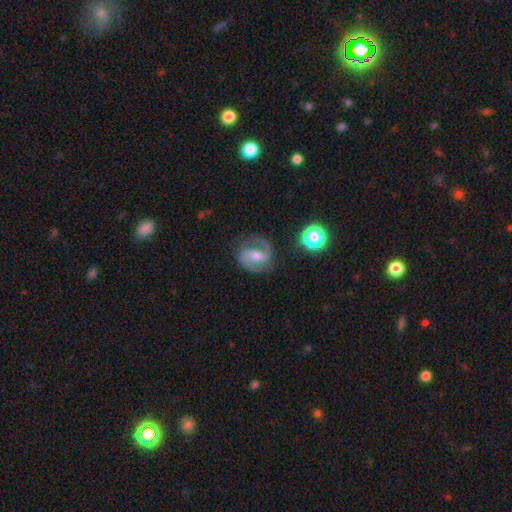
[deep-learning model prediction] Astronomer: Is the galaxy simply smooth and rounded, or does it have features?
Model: featured or disk — 81%.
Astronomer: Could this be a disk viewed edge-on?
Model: no — 97%.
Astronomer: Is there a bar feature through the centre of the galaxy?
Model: weak — 49% (runner-up: strong, 29%).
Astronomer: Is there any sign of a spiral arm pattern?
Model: yes — 95%.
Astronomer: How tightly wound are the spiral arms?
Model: medium — 54%.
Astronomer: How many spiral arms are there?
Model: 2 — 86%.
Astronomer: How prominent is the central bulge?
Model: moderate — 56% (runner-up: small, 36%).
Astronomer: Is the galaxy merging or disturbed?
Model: none — 76%.